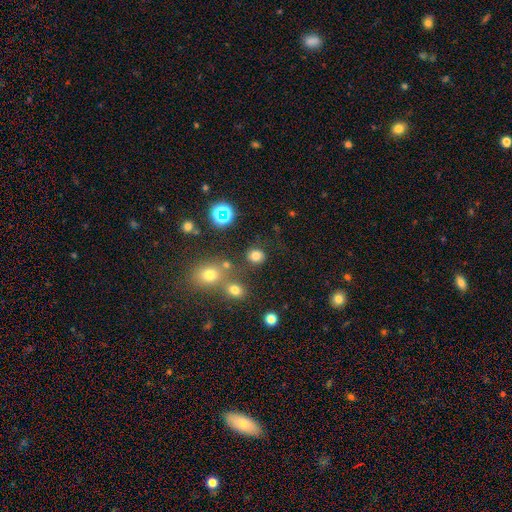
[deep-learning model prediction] Smooth or featured? smooth (75%)
How rounded? round (79%)
Merging? none (79%)